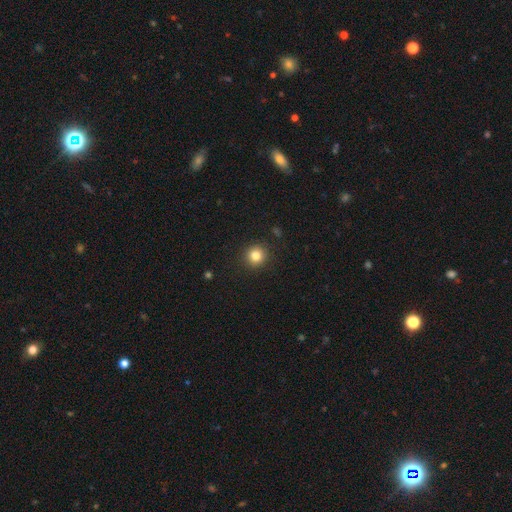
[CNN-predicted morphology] This appears to be a smooth galaxy with no disk features (82%) that is round (92%). Merging: none (91%).